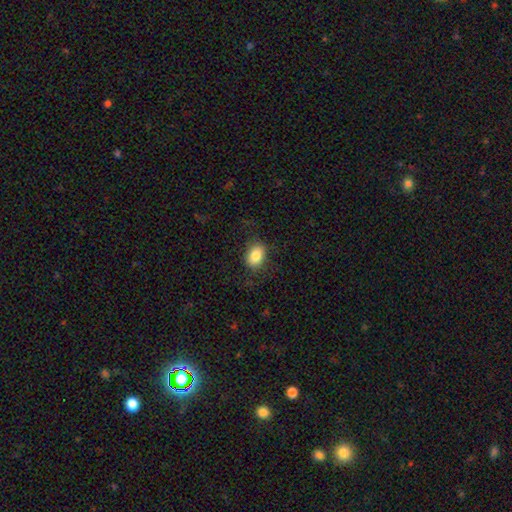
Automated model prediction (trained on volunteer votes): smooth-or-featured: smooth: 84% | star or artifact: 9% | featured or disk: 7%
  how-rounded: in between: 71% | round: 28% | cigar-shaped: 1%
  merging: none: 81% | minor disturbance: 13% | major disturbance: 5% | merger: 1%